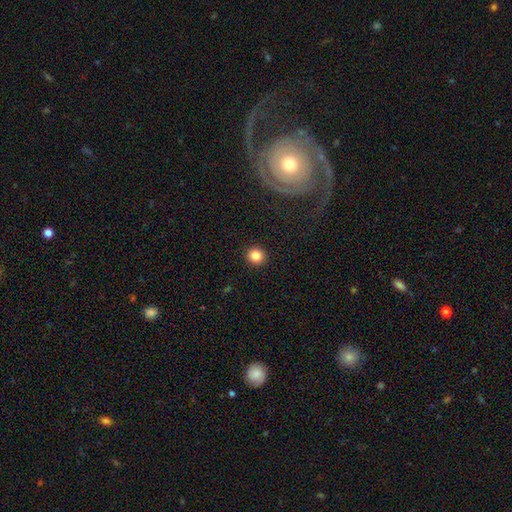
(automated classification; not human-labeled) smooth 84%, star or artifact 10%, featured or disk 5%. Down the decision tree: how rounded — round (92%); merging — none (92%).